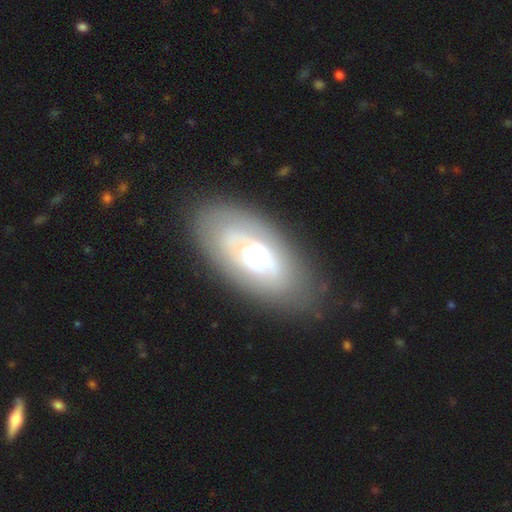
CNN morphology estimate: type=featured or disk (59%); edge-on=no (88%); bar=no (76%); spiral arms=no (63%); bulge=moderate (50%); merging=none (77%).